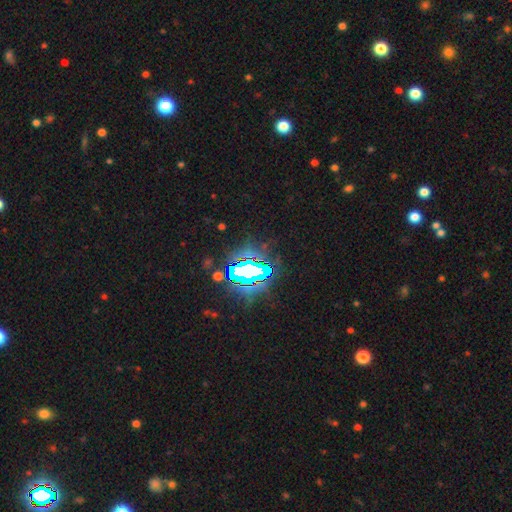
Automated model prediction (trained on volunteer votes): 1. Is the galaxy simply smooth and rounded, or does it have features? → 79% star or artifact, 12% smooth, 9% featured or disk.